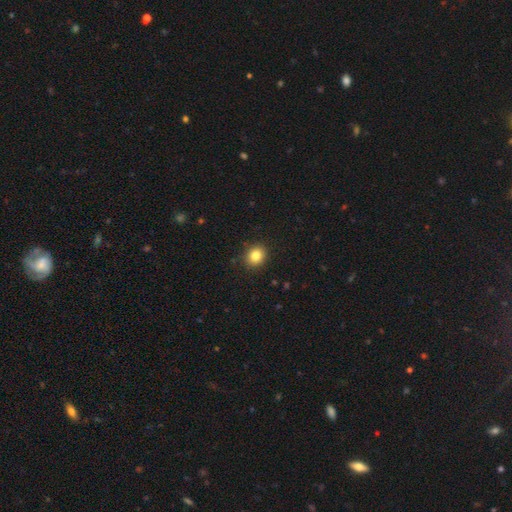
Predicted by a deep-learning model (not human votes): smooth_or_featured: smooth (p=0.83) [alt: star or artifact p=0.11]
how_rounded: round (p=0.76) [alt: in between p=0.23]
merging: none (p=0.90) [alt: minor disturbance p=0.07]